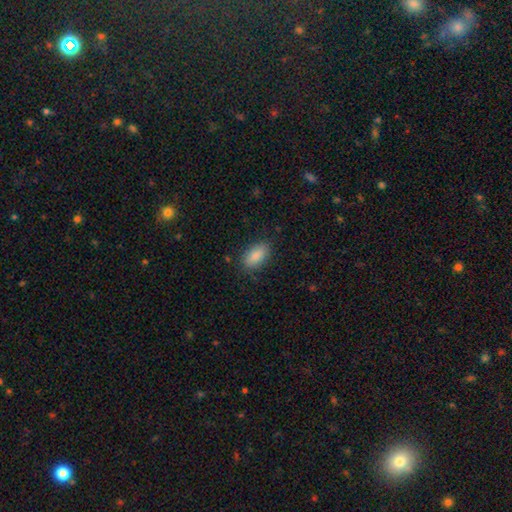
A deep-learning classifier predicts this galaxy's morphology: smooth-or-featured: smooth: 89% | star or artifact: 7% | featured or disk: 5%
  how-rounded: in between: 92% | cigar-shaped: 4% | round: 4%
  merging: none: 84% | minor disturbance: 12% | major disturbance: 3% | merger: 1%